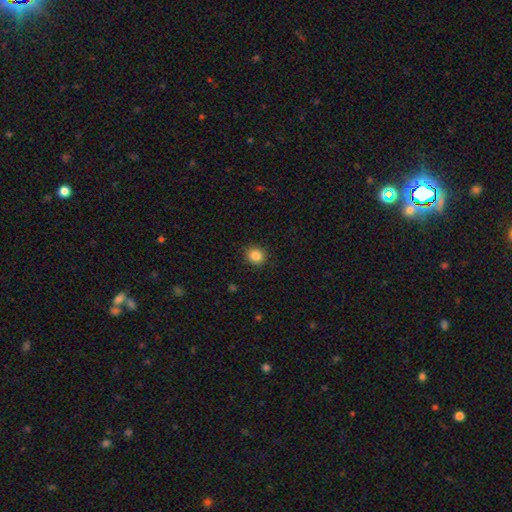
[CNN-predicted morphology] smooth 85%, star or artifact 10%, featured or disk 5%. Down the decision tree: how rounded — round (83%); merging — none (90%).